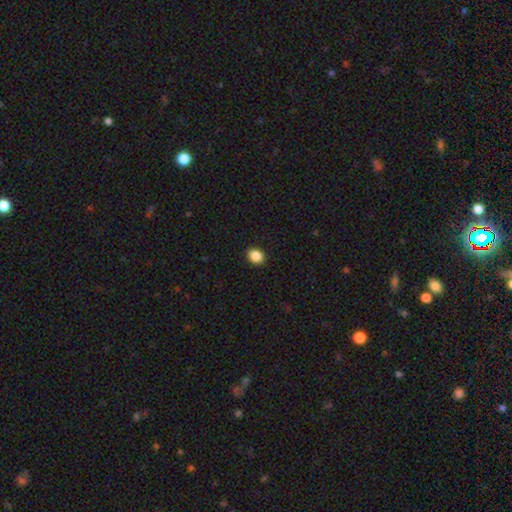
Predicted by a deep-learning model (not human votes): Smooth or featured: smooth — 87% (star or artifact — 10%)
How rounded: round — 60% (in between — 39%)
Merging: none — 91% (minor disturbance — 6%)